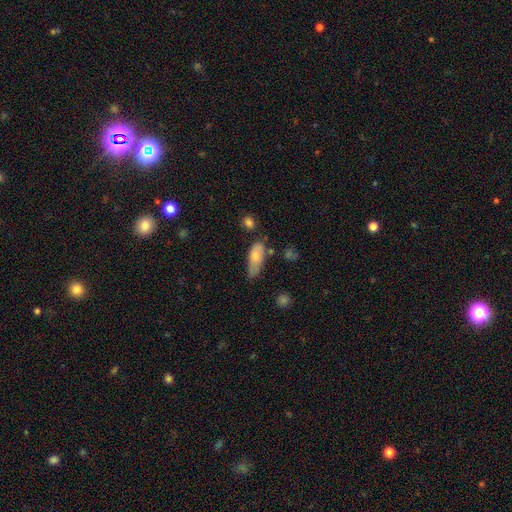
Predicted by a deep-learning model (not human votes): The model was most divided on "merging": minor disturbance: 40%, none: 39%, major disturbance: 14%, merger: 8%. More confident: how rounded — in between (77%); smooth or featured — smooth (71%).